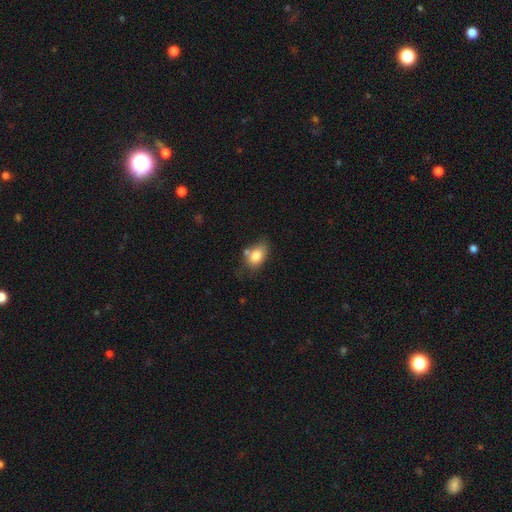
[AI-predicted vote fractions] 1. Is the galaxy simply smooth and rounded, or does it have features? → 80% smooth, 12% featured or disk, 8% star or artifact.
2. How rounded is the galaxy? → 85% in between, 13% round, 2% cigar-shaped.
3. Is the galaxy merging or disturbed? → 54% none, 23% minor disturbance, 16% merger, 7% major disturbance.